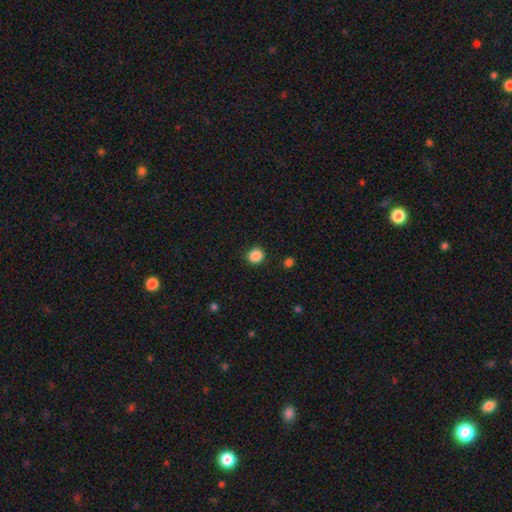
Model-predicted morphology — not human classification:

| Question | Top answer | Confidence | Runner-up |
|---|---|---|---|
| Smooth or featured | smooth | 87% | star or artifact (10%) |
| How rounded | round | 87% | in between (12%) |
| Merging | none | 91% | minor disturbance (6%) |